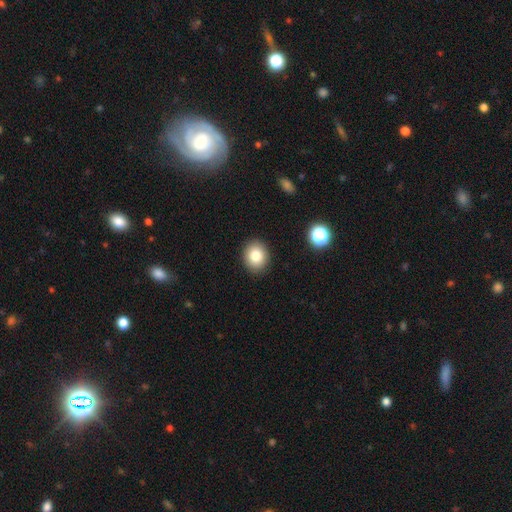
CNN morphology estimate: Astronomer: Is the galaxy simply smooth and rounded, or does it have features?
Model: smooth — 81%.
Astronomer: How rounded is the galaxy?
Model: round — 64%.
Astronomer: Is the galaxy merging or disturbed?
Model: none — 90%.